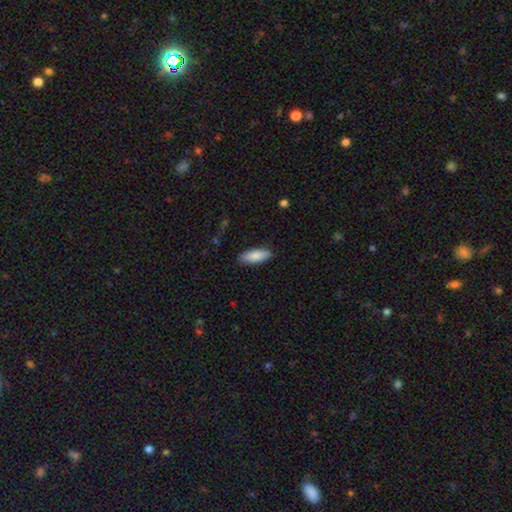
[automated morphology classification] Q: Smooth or featured?
A: smooth (85%); runner-up: featured or disk (9%)
Q: How rounded?
A: in between (69%); runner-up: cigar-shaped (29%)
Q: Merging?
A: none (87%); runner-up: minor disturbance (10%)